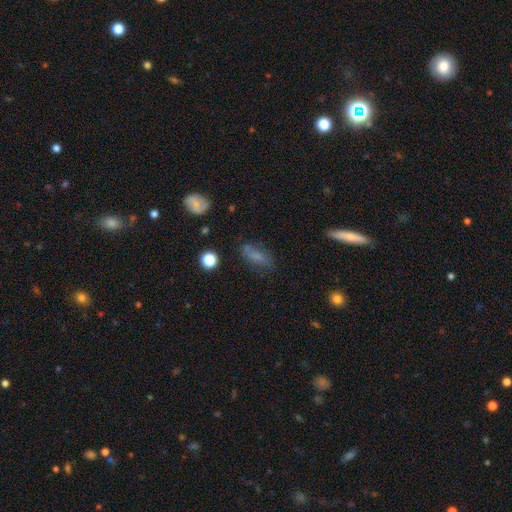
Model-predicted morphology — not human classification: type=smooth (67%); roundness=in between (73%); merging=none (66%).